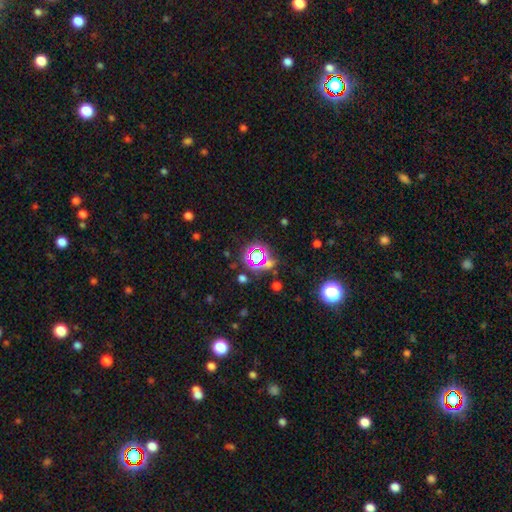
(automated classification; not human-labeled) Q: Smooth or featured?
A: star or artifact (73%); runner-up: smooth (18%)